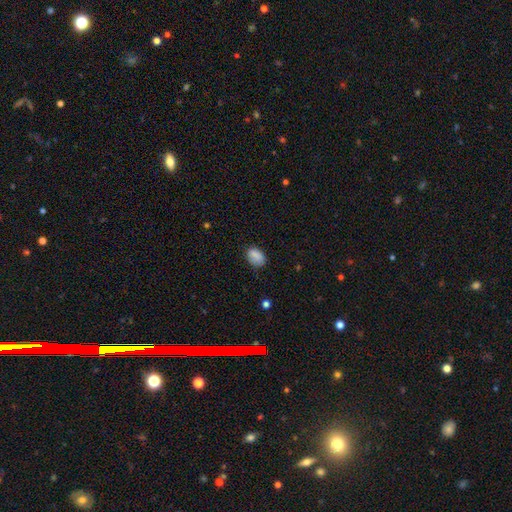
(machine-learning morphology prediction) Smooth or featured? smooth (86%)
How rounded? in between (84%)
Merging? none (73%)